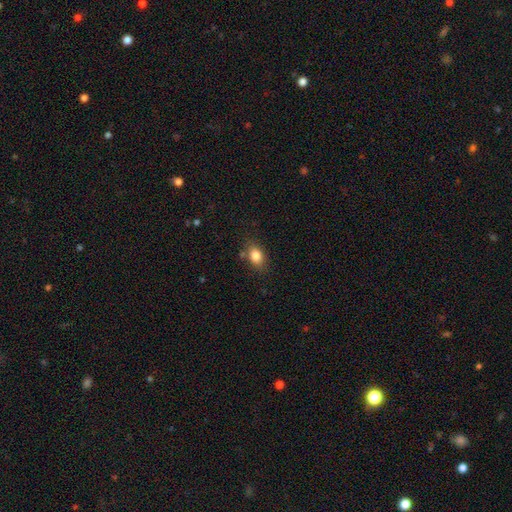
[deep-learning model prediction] Overall: smooth (84%). How rounded: in between (80%). Merging: none (78%).